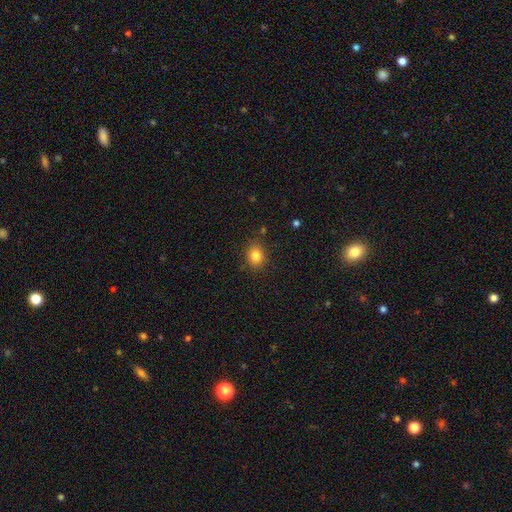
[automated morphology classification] smooth 82%, star or artifact 11%, featured or disk 6%. Down the decision tree: how rounded — round (54%); merging — none (84%).